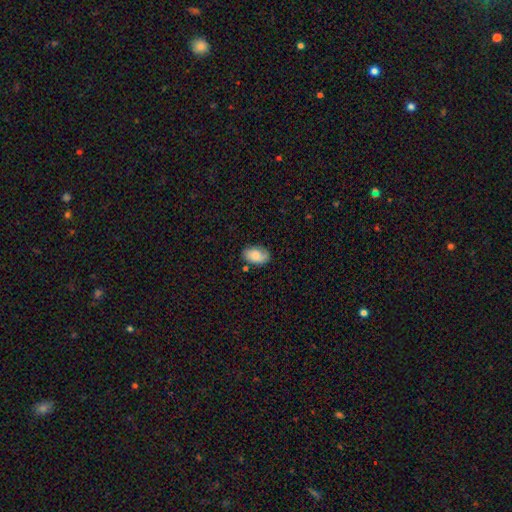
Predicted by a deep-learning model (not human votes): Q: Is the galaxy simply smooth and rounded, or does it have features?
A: smooth — 77%.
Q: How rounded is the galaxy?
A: in between — 91%.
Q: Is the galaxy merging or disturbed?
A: none — 76%.